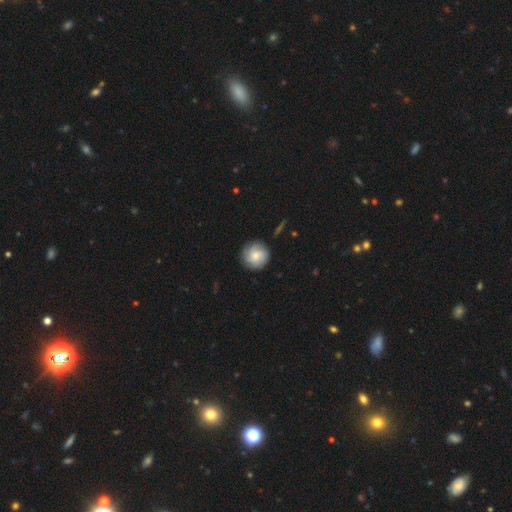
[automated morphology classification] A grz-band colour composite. It shows a featured or disk galaxy (51%) with no bar (64%), spiral arms (91%) and a moderate central bulge (51%). Merging: none (83%).